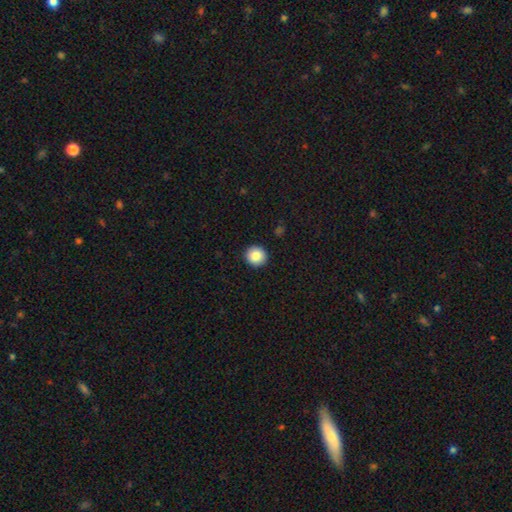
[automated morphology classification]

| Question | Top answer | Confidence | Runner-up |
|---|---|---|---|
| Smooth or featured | smooth | 86% | star or artifact (8%) |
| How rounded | round | 94% | in between (5%) |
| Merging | none | 93% | minor disturbance (5%) |